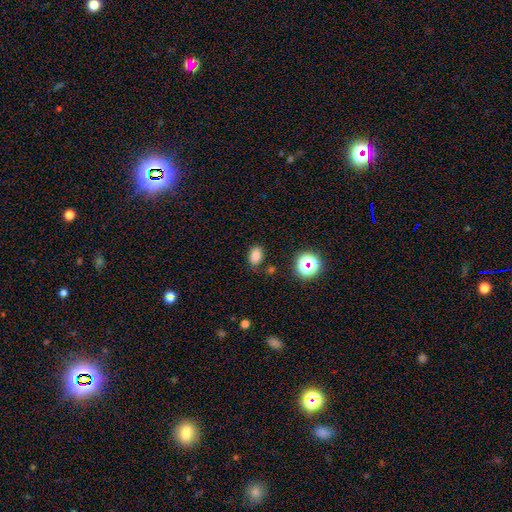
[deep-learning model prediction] Morphology: type=smooth (80%); roundness=in between (84%); merging=none (78%).